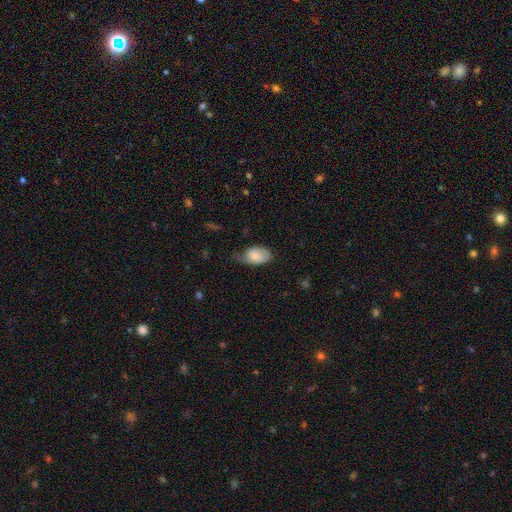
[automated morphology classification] Smooth or featured?
  - smooth: 76% *
  - featured or disk: 17%
  - star or artifact: 7%
How rounded?
  - in between: 91% *
  - round: 7%
  - cigar-shaped: 2%
Merging?
  - minor disturbance: 43% *
  - none: 37%
  - major disturbance: 18%
  - merger: 2%